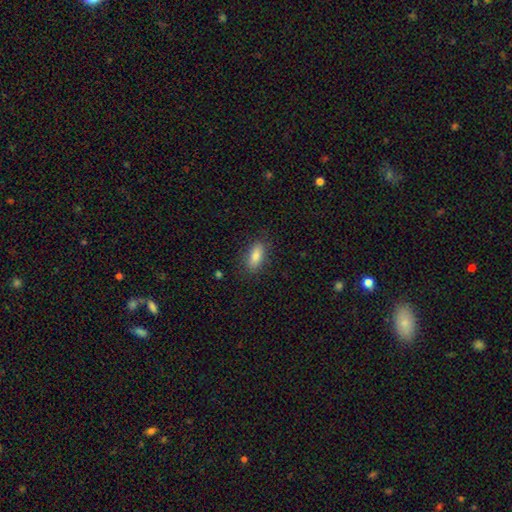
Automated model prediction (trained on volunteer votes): Smooth or featured? smooth (84%)
How rounded? in between (83%)
Merging? none (84%)